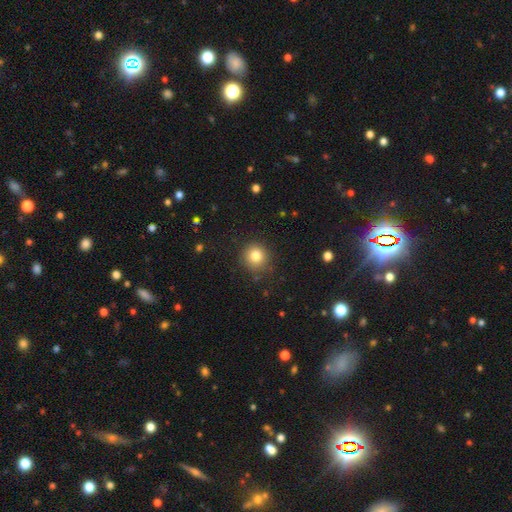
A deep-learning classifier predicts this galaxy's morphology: Smooth or featured? Predicted: smooth (p=0.81). How rounded? Predicted: round (p=0.91). Merging? Predicted: none (p=0.86).